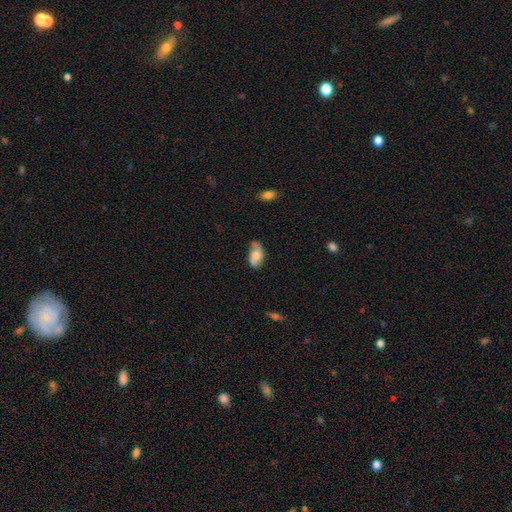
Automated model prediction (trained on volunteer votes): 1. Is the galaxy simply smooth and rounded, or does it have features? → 52% smooth, 41% featured or disk, 8% star or artifact.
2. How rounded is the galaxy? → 92% in between, 5% round, 4% cigar-shaped.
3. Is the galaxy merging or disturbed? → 65% none, 26% minor disturbance, 7% major disturbance, 3% merger.